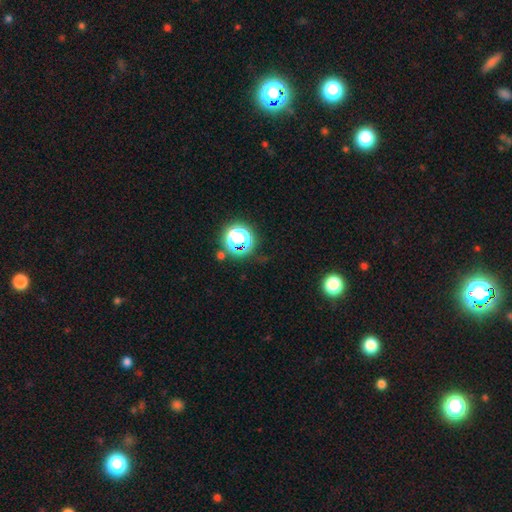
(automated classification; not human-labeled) The model was most divided on "smooth or featured": star or artifact: 73%, smooth: 20%, featured or disk: 8%.